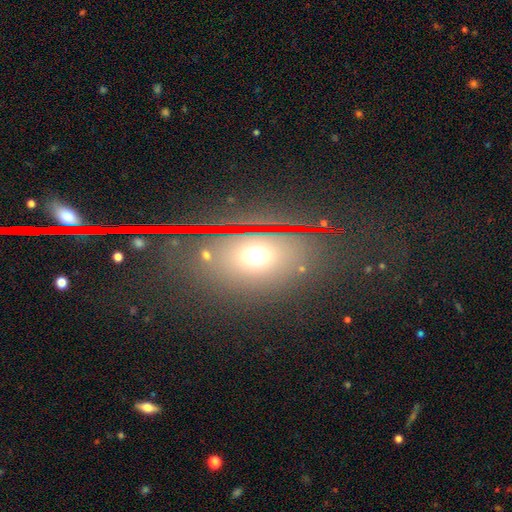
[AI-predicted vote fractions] A smooth galaxy with no disk features (58%) that is in between round and cigar-shaped (53%). Merging: none (81%).